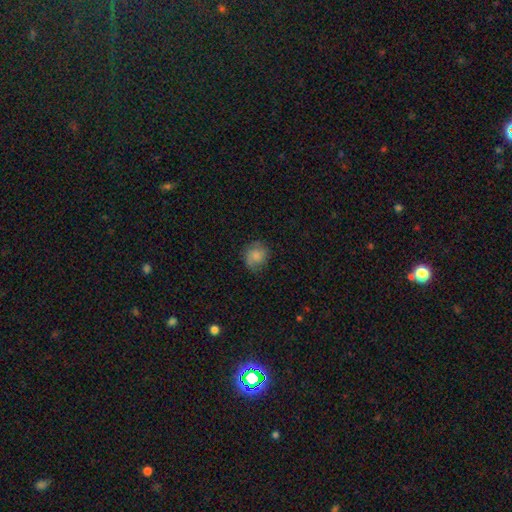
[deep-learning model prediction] The model was most divided on "merging": none: 68%, minor disturbance: 23%, major disturbance: 8%, merger: 1%. More confident: how rounded — round (77%); smooth or featured — smooth (73%).